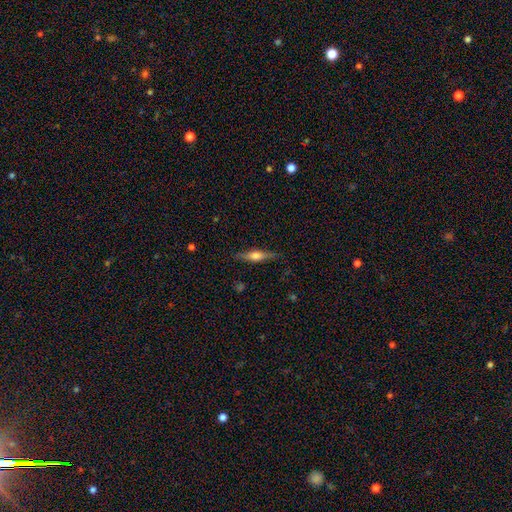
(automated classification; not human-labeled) Overall: featured or disk (59%; smooth 34%). Edge-on disk: yes (96%). Edge-on bulge: rounded (87%). Merging: none (86%).